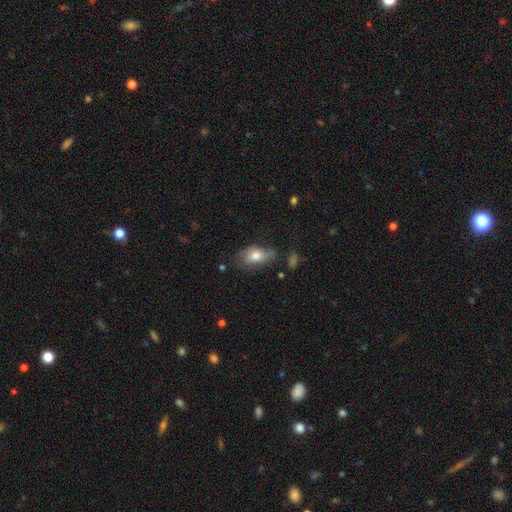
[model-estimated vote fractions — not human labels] Q: Smooth or featured?
A: smooth (70%); runner-up: featured or disk (22%)
Q: How rounded?
A: in between (88%); runner-up: round (7%)
Q: Merging?
A: none (51%); runner-up: minor disturbance (32%)